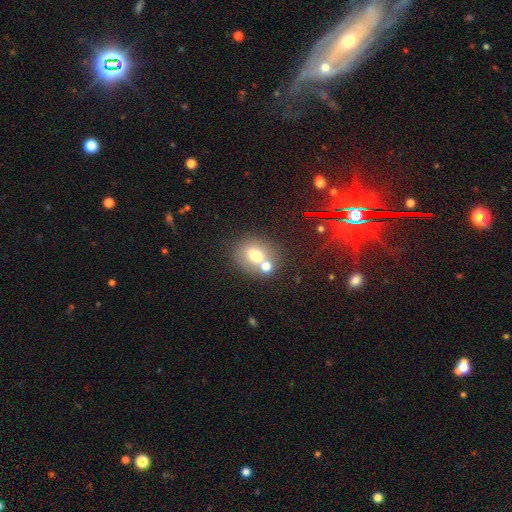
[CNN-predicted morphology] smooth 68%, featured or disk 20%, star or artifact 12%. Down the decision tree: how rounded — round (59%); merging — none (49%).